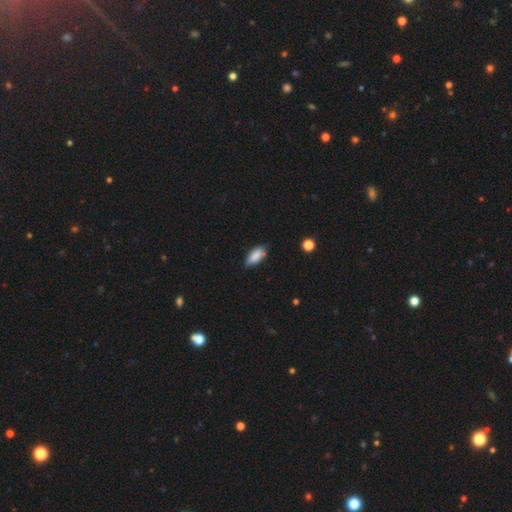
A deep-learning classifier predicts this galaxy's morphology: This appears to be a smooth galaxy with no disk features (85%) that is in between round and cigar-shaped (84%). Merging: none (72%).